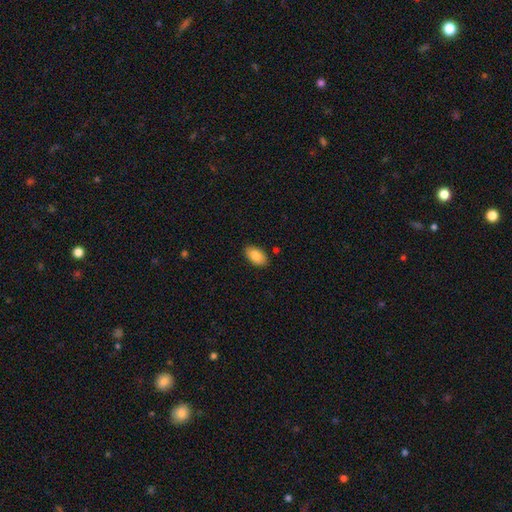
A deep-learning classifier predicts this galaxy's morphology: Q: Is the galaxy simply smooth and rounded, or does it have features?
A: smooth — 85%.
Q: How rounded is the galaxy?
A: in between — 93%.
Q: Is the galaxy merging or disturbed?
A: none — 86%.